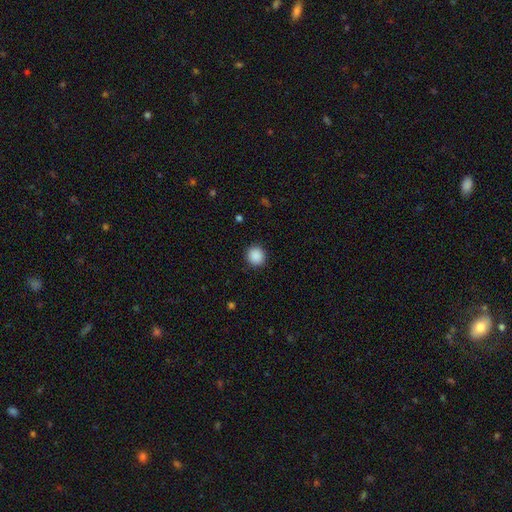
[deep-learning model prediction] Morphology: type=smooth (89%); roundness=round (91%); merging=none (91%).